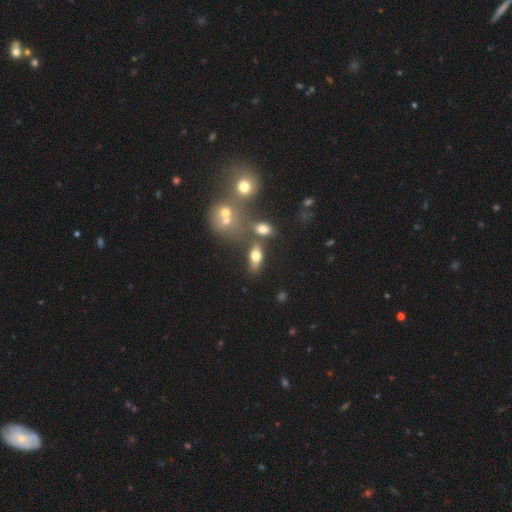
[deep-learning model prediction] Q: Smooth or featured?
A: smooth (62%); runner-up: featured or disk (26%)
Q: How rounded?
A: in between (75%); runner-up: cigar-shaped (13%)
Q: Merging?
A: none (60%); runner-up: merger (19%)